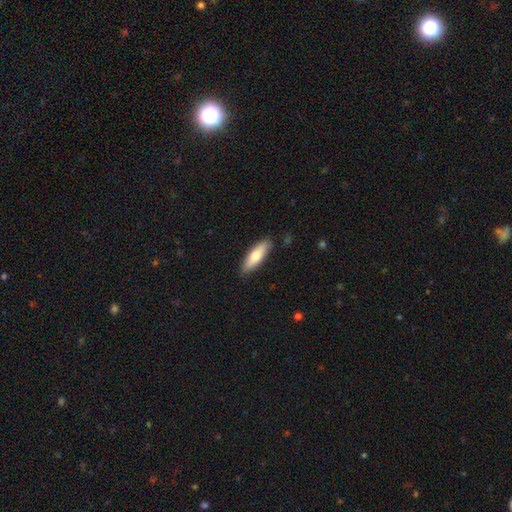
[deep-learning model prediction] smooth-or-featured: smooth: 72% | featured or disk: 22% | star or artifact: 5%
  how-rounded: cigar-shaped: 50% | in between: 48% | round: 2%
  merging: none: 86% | minor disturbance: 11% | major disturbance: 2% | merger: 1%